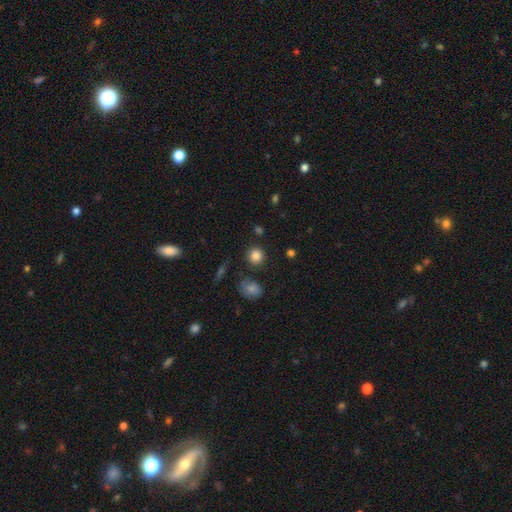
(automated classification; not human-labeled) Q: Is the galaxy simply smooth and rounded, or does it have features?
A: smooth — 84%.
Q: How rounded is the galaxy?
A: round — 91%.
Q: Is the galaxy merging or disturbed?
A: none — 86%.